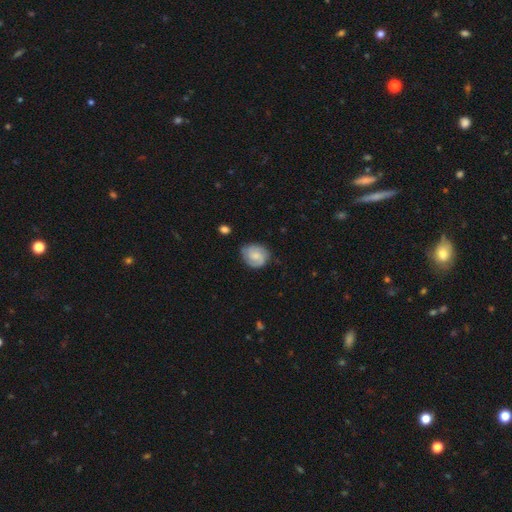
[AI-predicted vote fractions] Smooth or featured? featured or disk (54%)
Edge-on disk? no (98%)
Bar? no (61%)
Spiral arms? yes (92%)
Bulge size? small (45%)
Merging? none (75%)